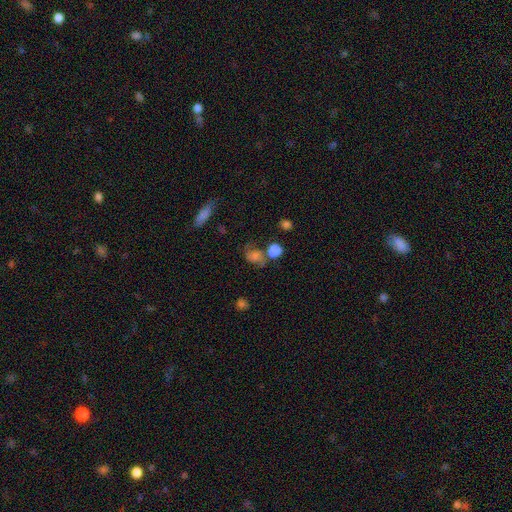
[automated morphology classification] This appears to be a smooth galaxy with no disk features (46%). Merging: none (51%).